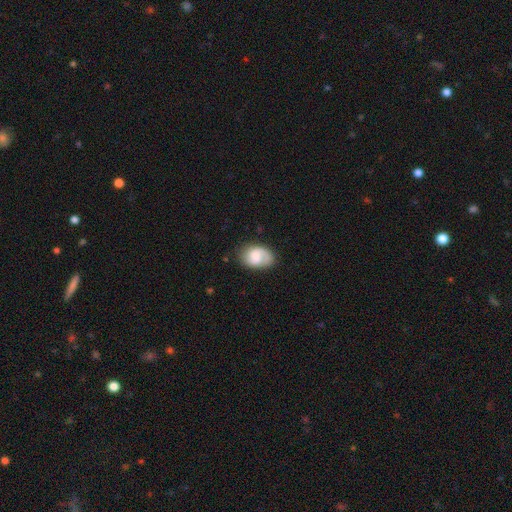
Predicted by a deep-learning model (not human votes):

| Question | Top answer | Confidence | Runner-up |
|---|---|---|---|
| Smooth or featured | smooth | 51% | featured or disk (42%) |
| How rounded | in between | 79% | round (20%) |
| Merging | none | 67% | minor disturbance (22%) |